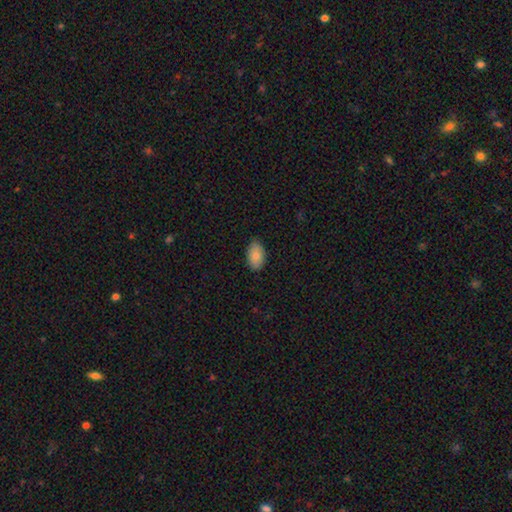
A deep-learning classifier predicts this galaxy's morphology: Q: Smooth or featured?
A: smooth (86%); runner-up: featured or disk (7%)
Q: How rounded?
A: in between (94%); runner-up: round (5%)
Q: Merging?
A: none (86%); runner-up: minor disturbance (11%)